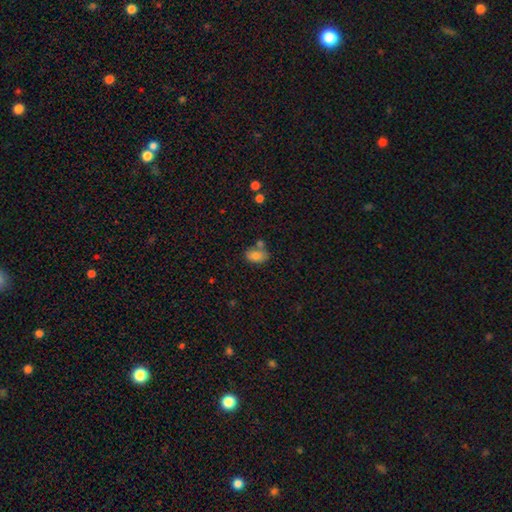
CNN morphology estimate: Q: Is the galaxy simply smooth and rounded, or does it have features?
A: smooth — 79%.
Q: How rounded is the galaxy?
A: in between — 84%.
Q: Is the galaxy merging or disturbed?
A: none — 53%.